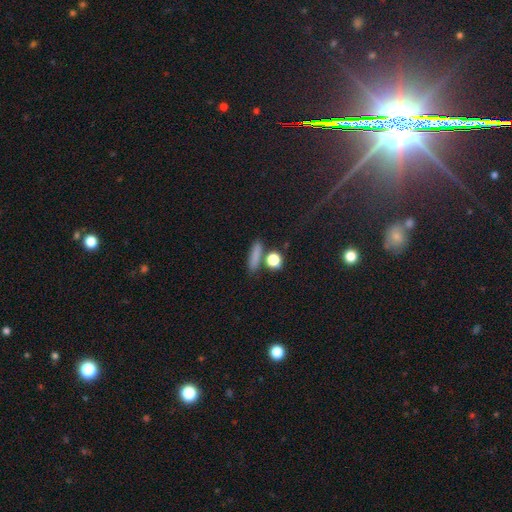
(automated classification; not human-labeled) Morphology: type=smooth (79%); roundness=cigar-shaped (52%); merging=none (74%).